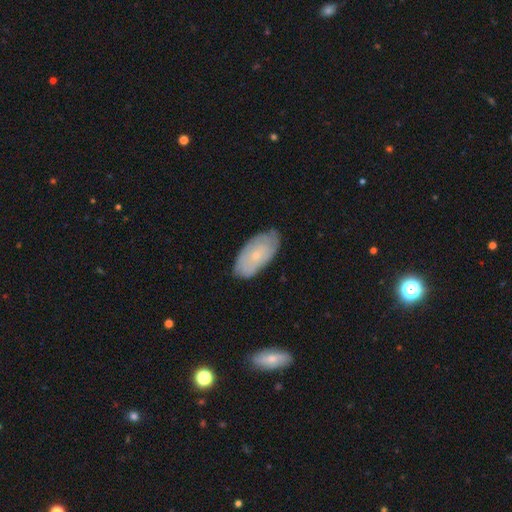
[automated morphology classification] type=featured or disk (47%); merging=none (76%).